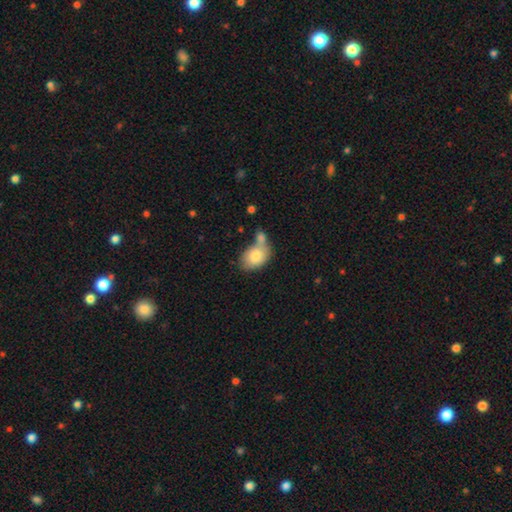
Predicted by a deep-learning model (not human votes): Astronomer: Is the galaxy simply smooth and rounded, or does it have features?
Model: smooth — 81%.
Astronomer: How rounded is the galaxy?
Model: in between — 80%.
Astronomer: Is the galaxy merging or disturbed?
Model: merger — 40% (runner-up: none, 37%).